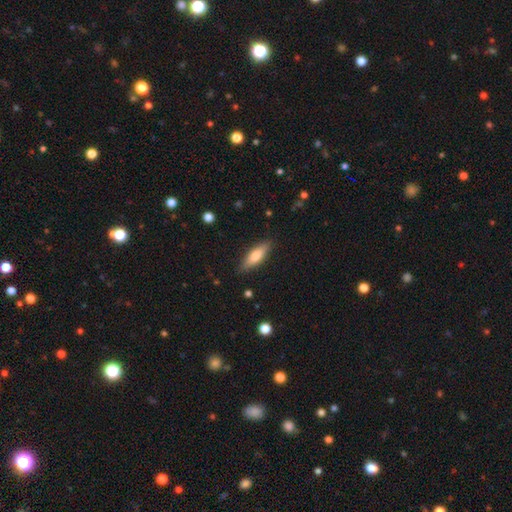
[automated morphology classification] This is likely a smooth galaxy (70%). How rounded: possibly cigar-shaped (52%). Merging: clearly none (86%).